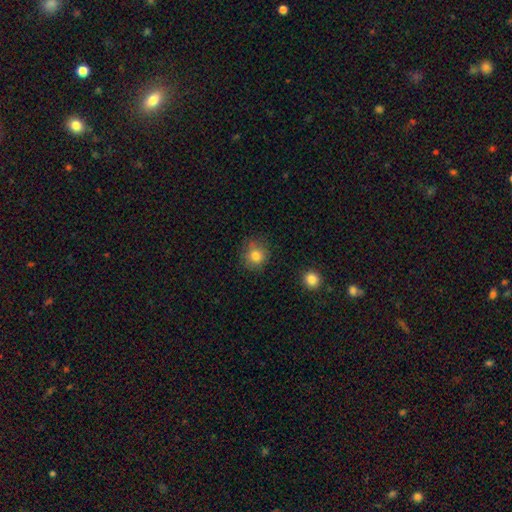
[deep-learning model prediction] Overall: smooth (82%). How rounded: round (88%). Merging: none (81%).